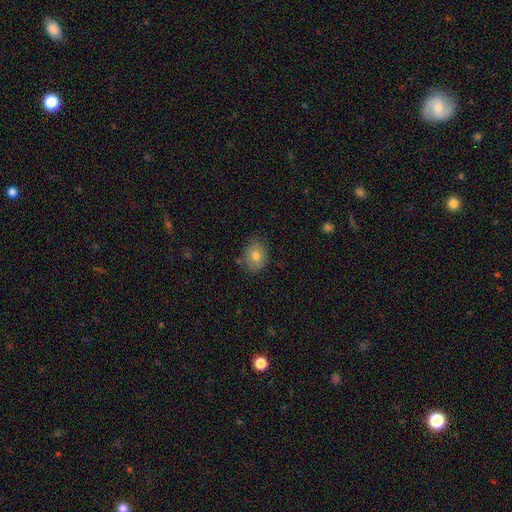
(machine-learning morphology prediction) smooth_or_featured: smooth (p=0.77) [alt: featured or disk p=0.15]
how_rounded: in between (p=0.58) [alt: round p=0.42]
merging: none (p=0.76) [alt: minor disturbance p=0.18]